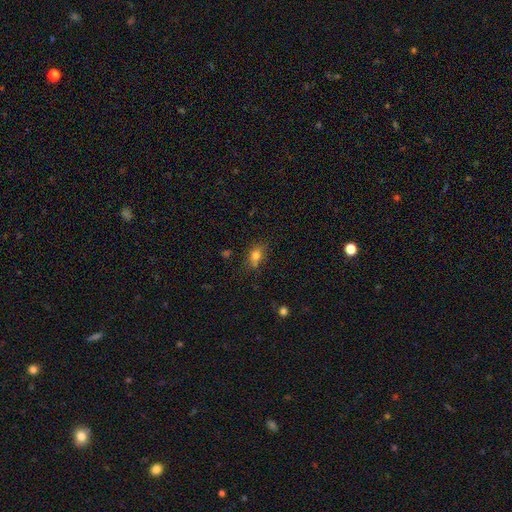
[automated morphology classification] Smooth or featured: smooth — 76% (star or artifact — 13%)
How rounded: in between — 66% (round — 31%)
Merging: none — 70% (minor disturbance — 20%)